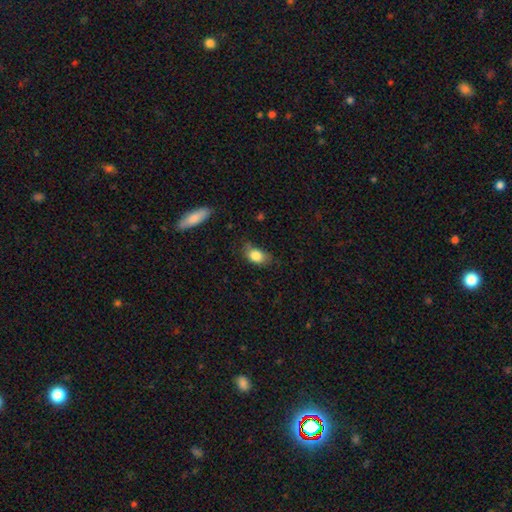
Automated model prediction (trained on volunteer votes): This appears to be a smooth galaxy with no disk features (83%) that is in between round and cigar-shaped (82%). Merging: none (53%).